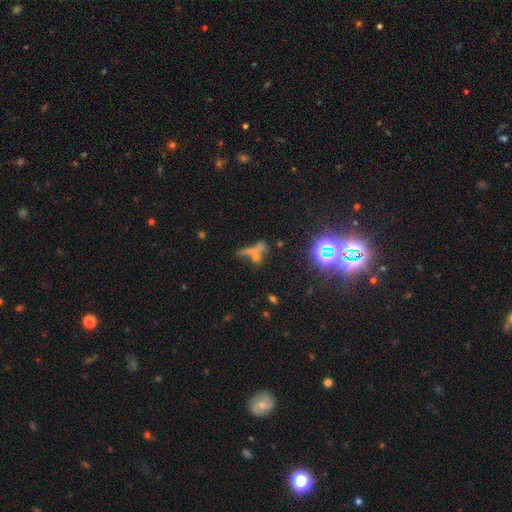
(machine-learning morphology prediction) smooth-or-featured: star or artifact: 39% | smooth: 37% | featured or disk: 24%